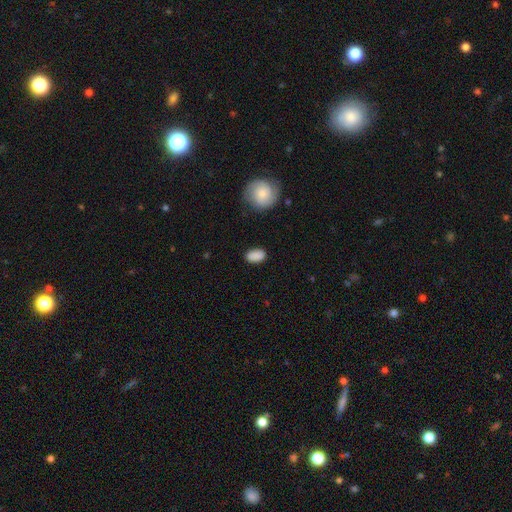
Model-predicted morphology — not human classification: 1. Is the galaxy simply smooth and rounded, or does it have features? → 88% smooth, 8% star or artifact, 5% featured or disk.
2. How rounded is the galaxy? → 90% in between, 9% round, 2% cigar-shaped.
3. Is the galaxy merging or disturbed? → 84% none, 11% minor disturbance, 3% major disturbance, 2% merger.